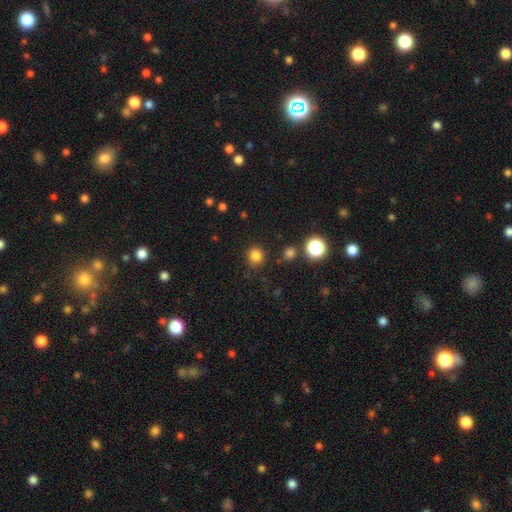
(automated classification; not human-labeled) This appears to be a smooth galaxy with no disk features (82%) that is round (90%). Merging: none (86%).